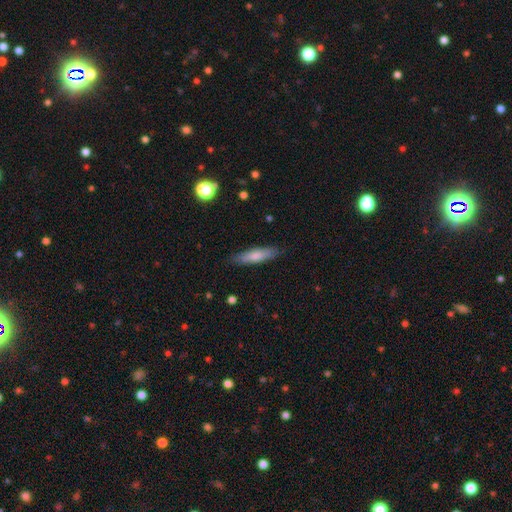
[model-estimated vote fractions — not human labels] A smooth galaxy with no disk features (73%) that is cigar-shaped (76%).

Vote fractions:
- Smooth or featured? smooth: 73% / featured or disk: 21% / star or artifact: 6%
- How rounded? cigar-shaped: 76% / in between: 23% / round: 2%
- Merging? none: 86% / minor disturbance: 11% / major disturbance: 2% / merger: 1%